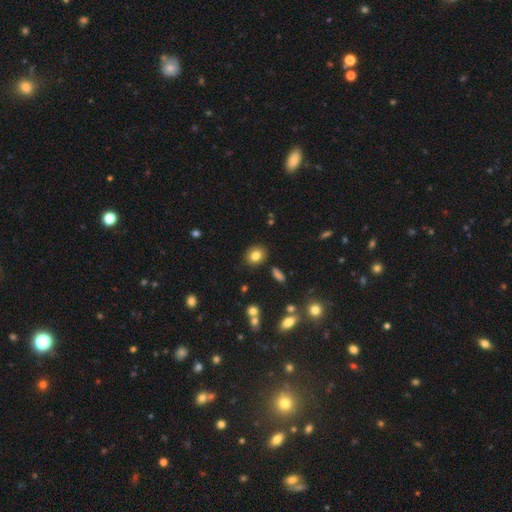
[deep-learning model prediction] The model was most divided on "how rounded": round: 65%, in between: 34%, cigar-shaped: 1%. More confident: merging — none (87%); smooth or featured — smooth (81%).